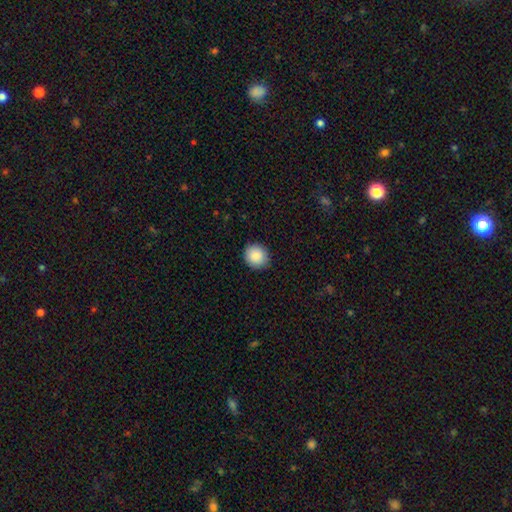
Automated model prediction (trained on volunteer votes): Smooth or featured? Predicted: smooth (p=0.89). How rounded? Predicted: round (p=0.85). Merging? Predicted: none (p=0.90).